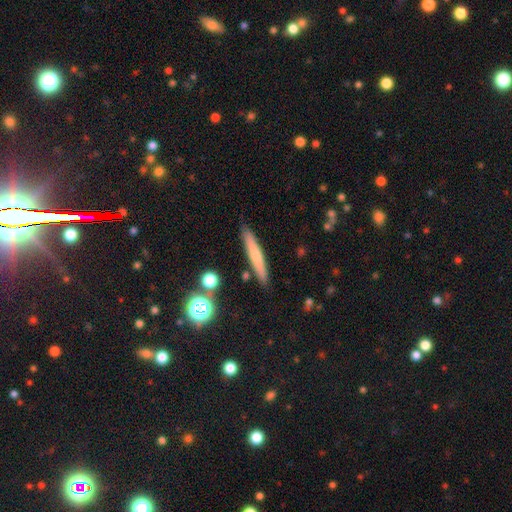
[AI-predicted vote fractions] Smooth or featured? smooth (60%)
How rounded? cigar-shaped (94%)
Merging? none (88%)